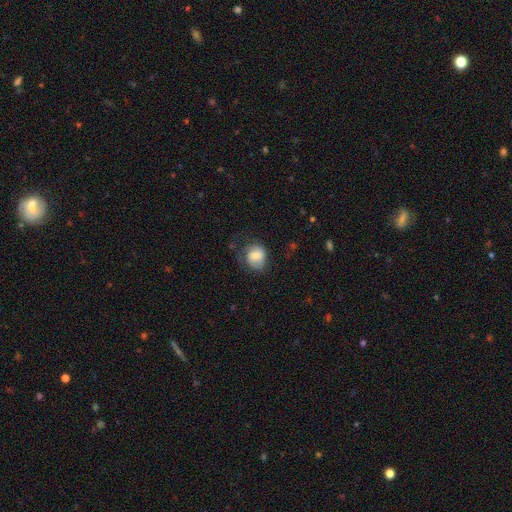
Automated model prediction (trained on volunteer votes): Smooth or featured? Predicted: smooth (p=0.60). How rounded? Predicted: round (p=0.65). Merging? Predicted: none (p=0.52).